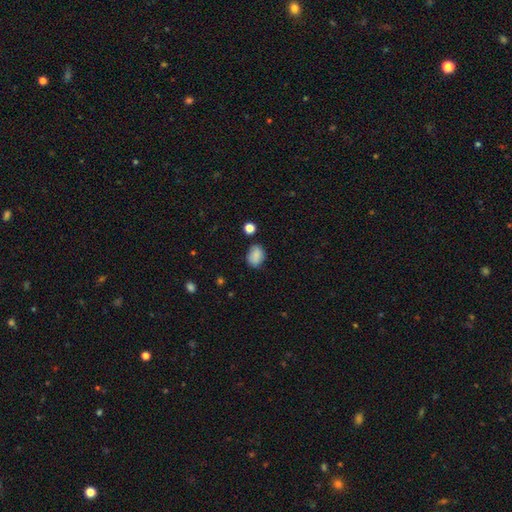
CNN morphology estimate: Smooth or featured?
  - smooth: 84% *
  - star or artifact: 9%
  - featured or disk: 7%
How rounded?
  - in between: 69% *
  - round: 30%
  - cigar-shaped: 1%
Merging?
  - none: 73% *
  - minor disturbance: 19%
  - major disturbance: 4%
  - merger: 4%